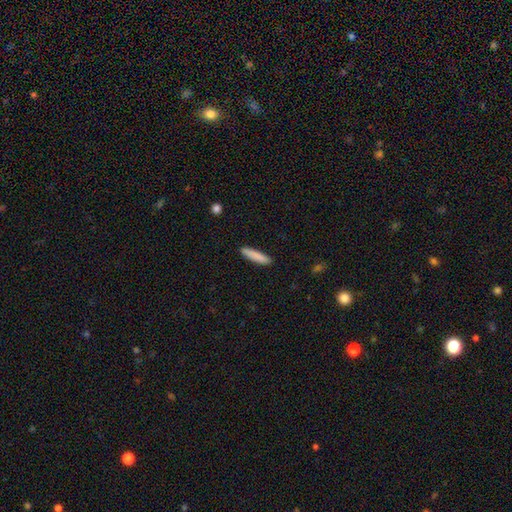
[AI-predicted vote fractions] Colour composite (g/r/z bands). It shows a smooth galaxy with no disk features (86%) that is cigar-shaped (86%). Merging: none (90%).